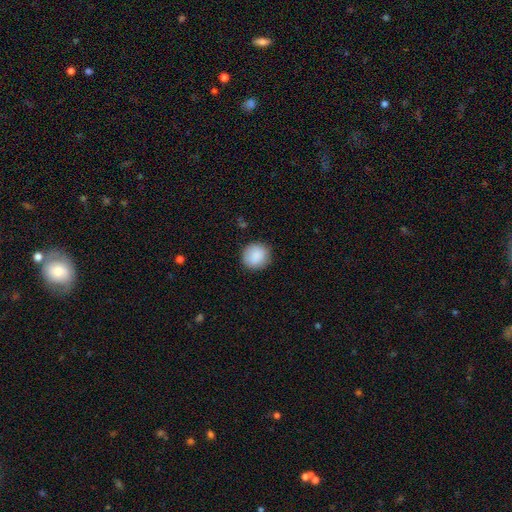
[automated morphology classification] This appears to be a smooth galaxy with no disk features (89%) that is round (90%). Merging: none (89%).